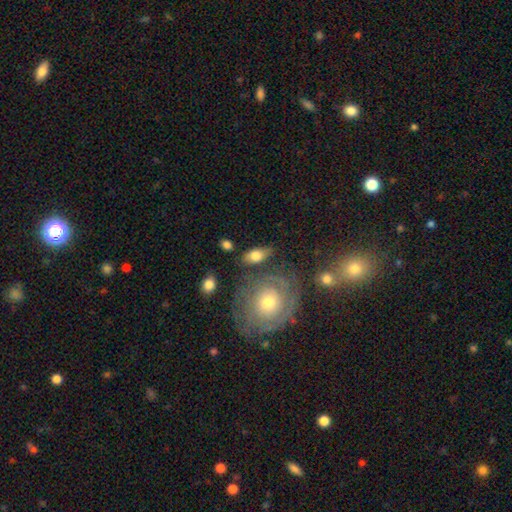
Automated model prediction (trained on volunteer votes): Q: Smooth or featured?
A: smooth (70%); runner-up: featured or disk (22%)
Q: How rounded?
A: in between (86%); runner-up: round (8%)
Q: Merging?
A: none (73%); runner-up: minor disturbance (15%)